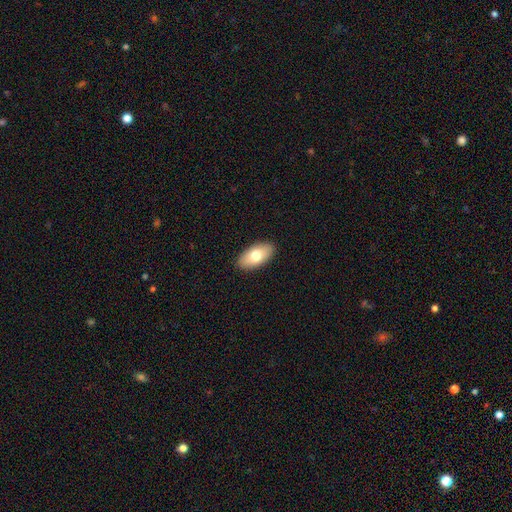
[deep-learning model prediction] Smooth or featured?
  - smooth: 75% *
  - featured or disk: 19%
  - star or artifact: 6%
How rounded?
  - in between: 94% *
  - round: 3%
  - cigar-shaped: 3%
Merging?
  - none: 90% *
  - minor disturbance: 8%
  - major disturbance: 2%
  - merger: 1%